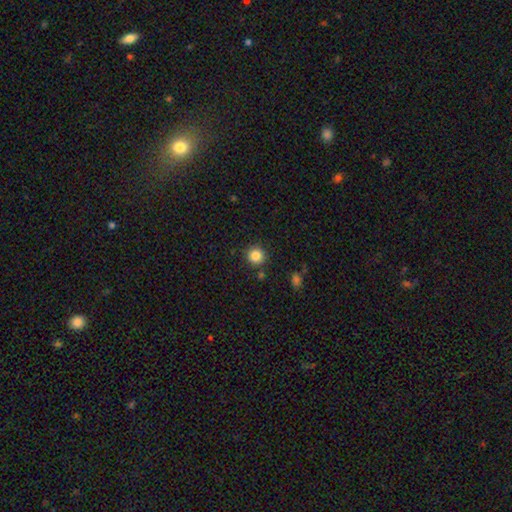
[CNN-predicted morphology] Smooth or featured? Predicted: smooth (p=0.85). How rounded? Predicted: round (p=0.94). Merging? Predicted: none (p=0.88).